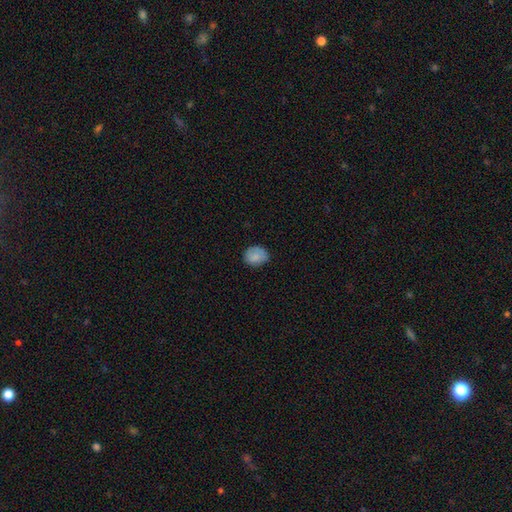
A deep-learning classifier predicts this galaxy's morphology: A smooth galaxy with no disk features (82%) that is round (65%). Merging: none (72%).